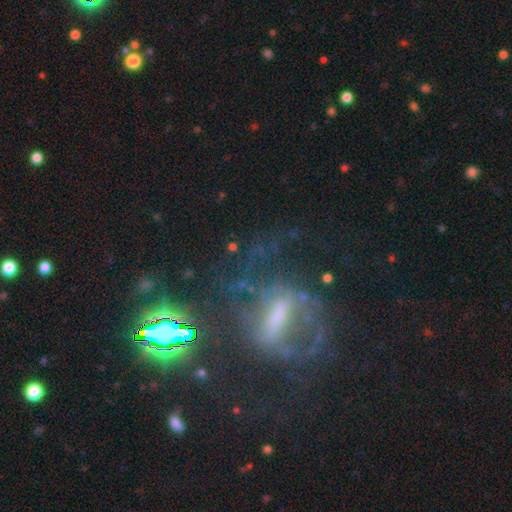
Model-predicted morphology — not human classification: A featured or disk galaxy (61%) with a strong bar (53%), spiral arms (68%) and a small central bulge (33%). Merging: none (47%).